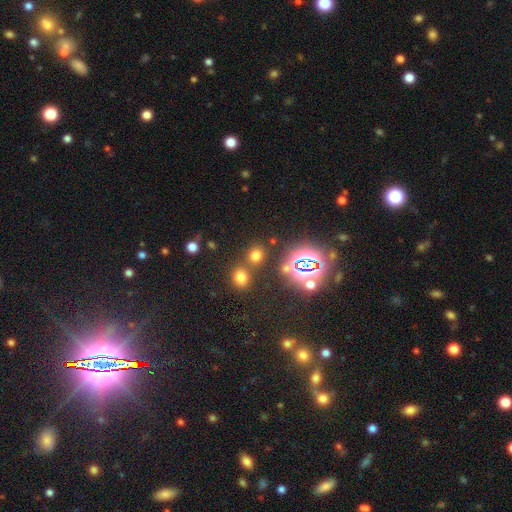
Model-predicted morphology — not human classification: type=smooth (59%); roundness=round (71%); merging=none (74%).